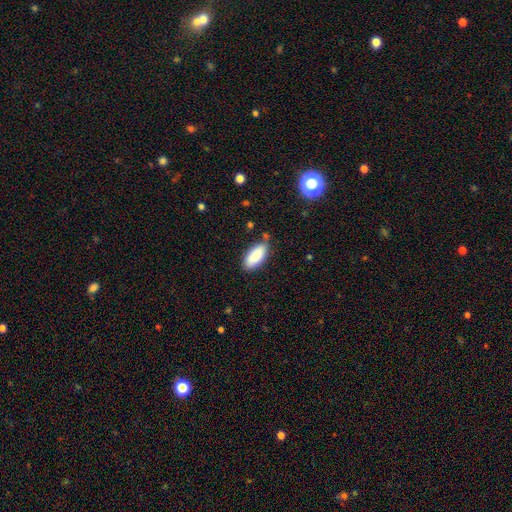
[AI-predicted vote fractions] A smooth galaxy with no disk features (86%) that is in between round and cigar-shaped (89%). Merging: none (79%).